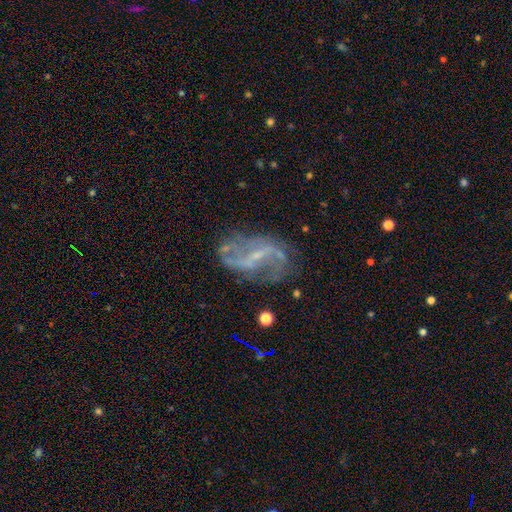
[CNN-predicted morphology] The model was most divided on "bar": weak: 44%, strong: 35%, no: 21%. More confident: edge-on disk — no (96%); spiral arms — yes (84%); smooth or featured — featured or disk (81%); spiral arm count — 2 (76%); spiral winding — loose (70%); bulge size — small (64%); merging — none (61%).